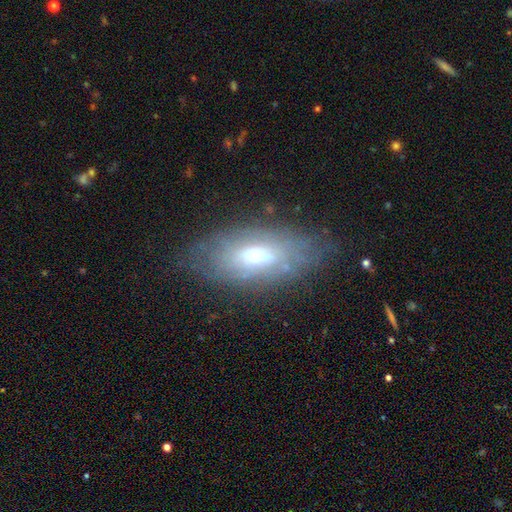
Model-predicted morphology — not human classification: type=featured or disk (53%); edge-on=no (82%); merging=none (68%).